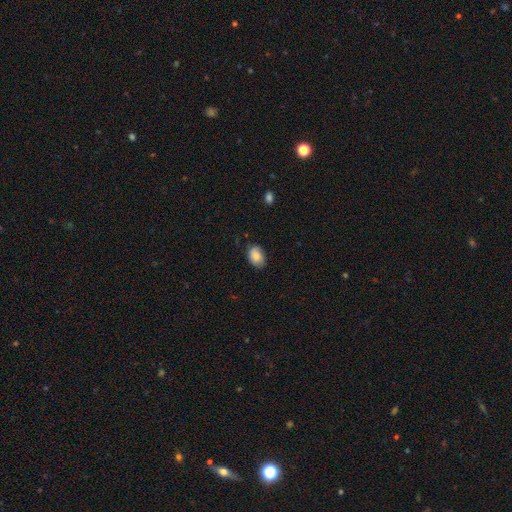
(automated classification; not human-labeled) Smooth or featured: smooth — 86% (featured or disk — 7%)
How rounded: in between — 83% (round — 16%)
Merging: none — 76% (minor disturbance — 19%)